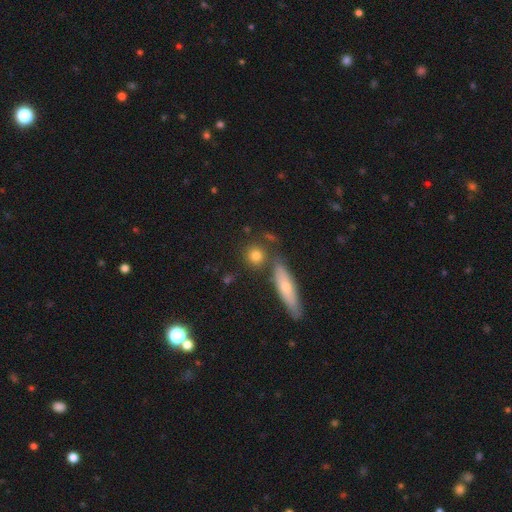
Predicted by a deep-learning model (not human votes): Overall: smooth (79%). How rounded: round (78%). Merging: none (74%).